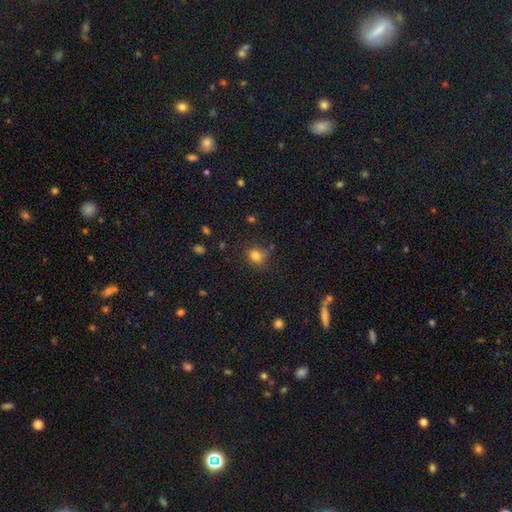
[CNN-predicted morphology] Smooth or featured? smooth (79%)
How rounded? round (72%)
Merging? none (71%)